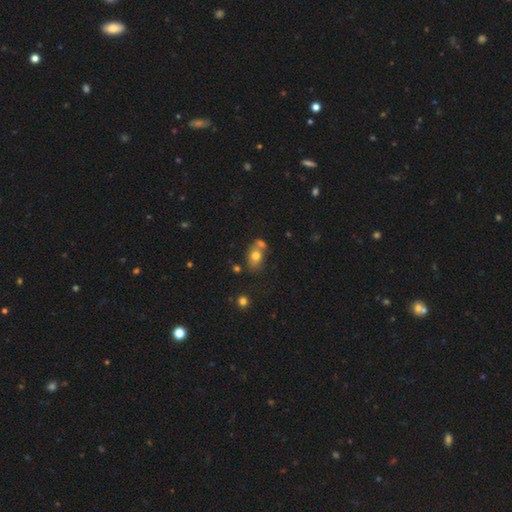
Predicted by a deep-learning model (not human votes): Q: Smooth or featured?
A: smooth (72%); runner-up: featured or disk (17%)
Q: How rounded?
A: in between (71%); runner-up: round (28%)
Q: Merging?
A: none (48%); runner-up: merger (33%)